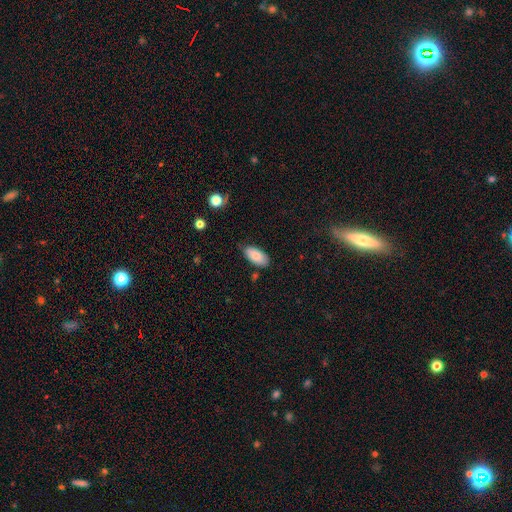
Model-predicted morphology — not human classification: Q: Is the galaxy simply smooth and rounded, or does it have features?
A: smooth — 83%.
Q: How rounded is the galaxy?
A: in between — 94%.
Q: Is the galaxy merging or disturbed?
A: none — 75%.